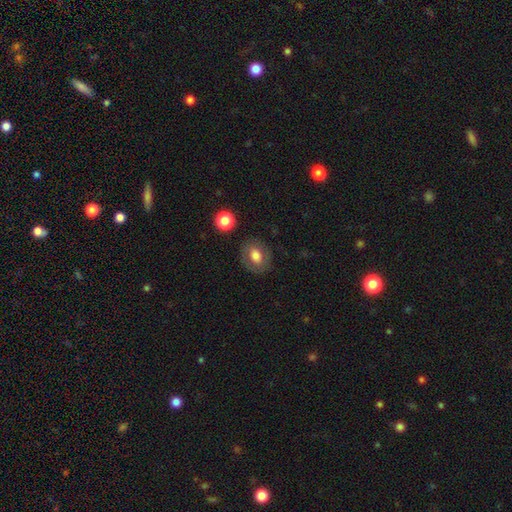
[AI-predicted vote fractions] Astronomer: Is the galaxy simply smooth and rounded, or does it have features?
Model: smooth — 66%.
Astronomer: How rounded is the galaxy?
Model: in between — 57% (runner-up: round, 42%).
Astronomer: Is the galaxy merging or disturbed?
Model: none — 81%.